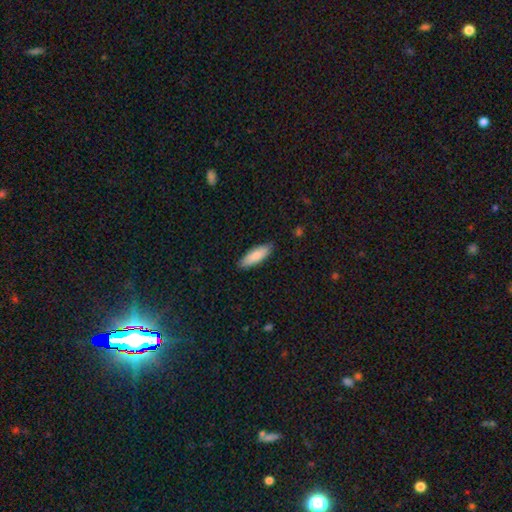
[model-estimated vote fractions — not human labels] smooth_or_featured: smooth (p=0.85) [alt: featured or disk p=0.09]
how_rounded: in between (p=0.55) [alt: cigar-shaped p=0.43]
merging: none (p=0.87) [alt: minor disturbance p=0.10]